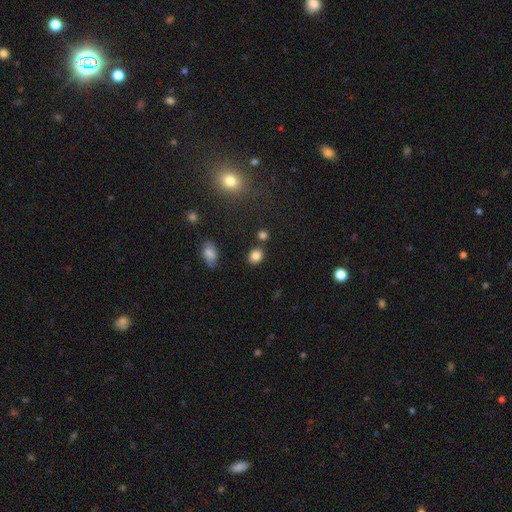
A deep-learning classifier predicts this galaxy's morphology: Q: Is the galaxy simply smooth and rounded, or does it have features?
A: smooth — 82%.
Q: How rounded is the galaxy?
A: round — 54%.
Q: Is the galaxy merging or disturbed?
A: none — 79%.